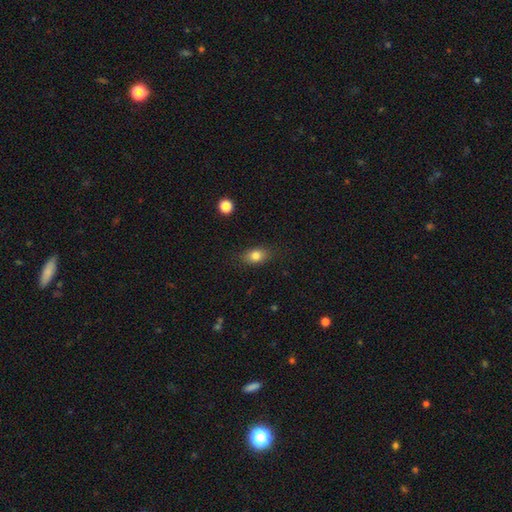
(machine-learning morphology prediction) This is clearly a smooth galaxy (81%). How rounded: likely in between (77%). Merging: clearly none (84%).